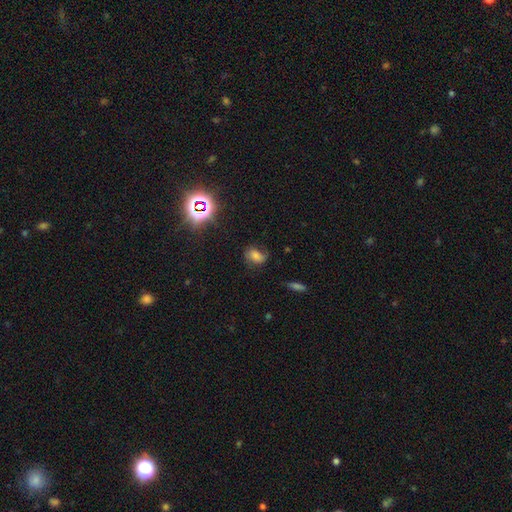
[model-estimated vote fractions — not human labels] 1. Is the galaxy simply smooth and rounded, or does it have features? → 51% smooth, 28% featured or disk, 21% star or artifact.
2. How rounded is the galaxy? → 75% in between, 22% round, 2% cigar-shaped.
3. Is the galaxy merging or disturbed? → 63% none, 24% minor disturbance, 11% major disturbance, 2% merger.